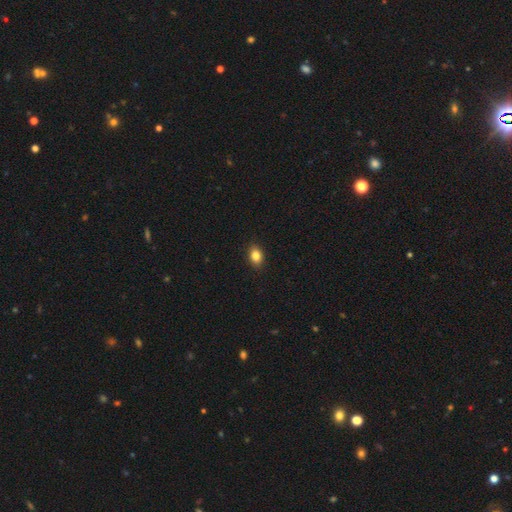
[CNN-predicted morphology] A smooth galaxy with no disk features (85%) that is in between round and cigar-shaped (77%). Merging: none (89%).